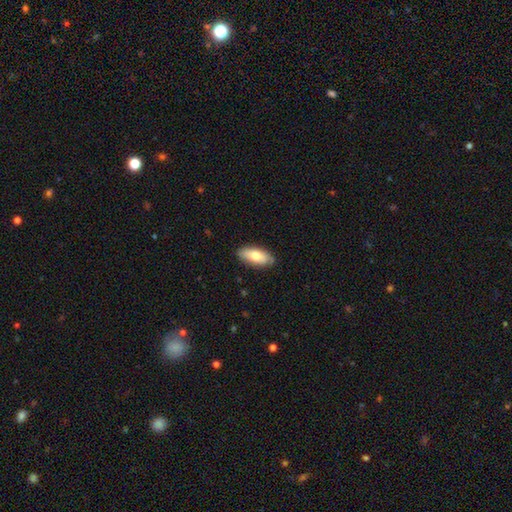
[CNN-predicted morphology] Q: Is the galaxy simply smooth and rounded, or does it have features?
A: smooth — 74%.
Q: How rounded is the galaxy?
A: in between — 85%.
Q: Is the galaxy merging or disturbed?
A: none — 83%.